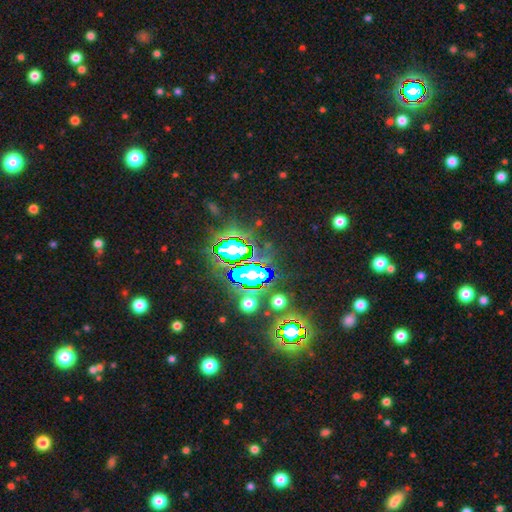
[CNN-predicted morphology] Smooth or featured: star or artifact — 83% (smooth — 10%)